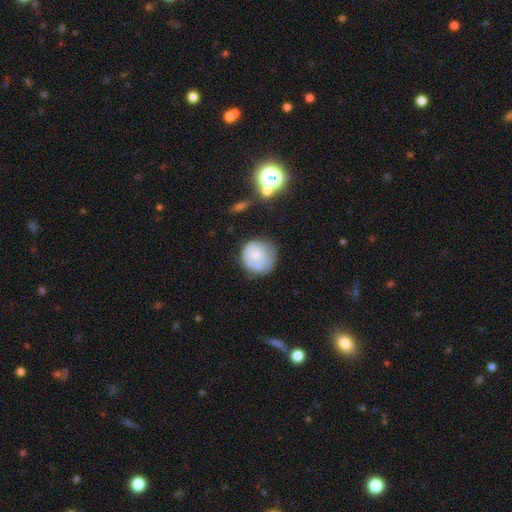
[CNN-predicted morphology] A smooth galaxy with no disk features (48%).

Vote fractions:
- Smooth or featured? smooth: 48% / featured or disk: 44% / star or artifact: 8%
- Merging? none: 55% / minor disturbance: 28% / major disturbance: 13% / merger: 4%